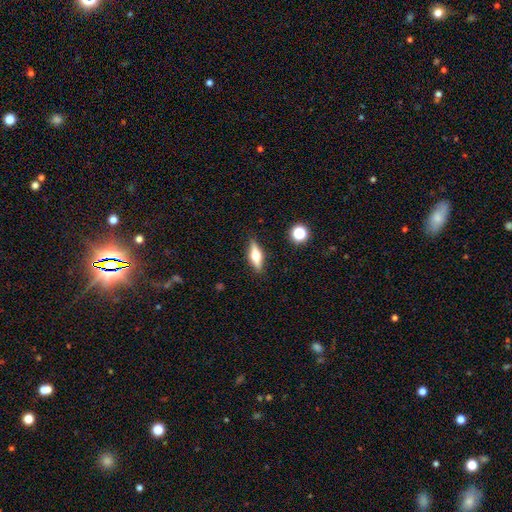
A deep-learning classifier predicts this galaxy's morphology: Smooth or featured?
  - featured or disk: 53% *
  - smooth: 39%
  - star or artifact: 8%
Edge-on disk?
  - yes: 92% *
  - no: 8%
Merging?
  - none: 88% *
  - minor disturbance: 8%
  - major disturbance: 2%
  - merger: 2%